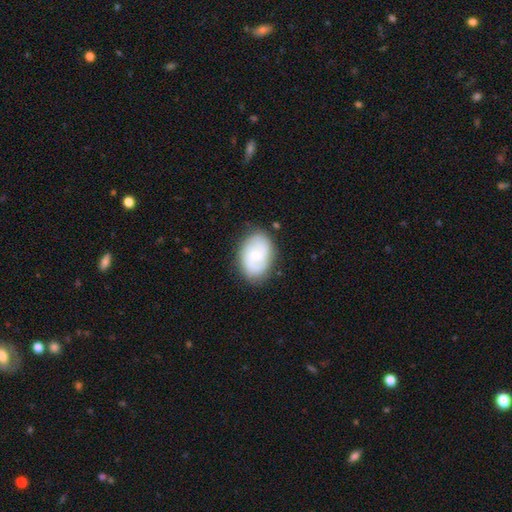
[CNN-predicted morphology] Smooth or featured: featured or disk — 60% (smooth — 34%)
Edge-on disk: no — 97% (yes — 3%)
Bar: no — 55% (weak — 40%)
Spiral arms: yes — 90% (no — 10%)
Spiral winding: medium — 44% (tight — 38%)
Spiral arm count: 2 — 63% (can't tell — 19%)
Bulge size: small — 56% (moderate — 32%)
Merging: none — 78% (minor disturbance — 16%)